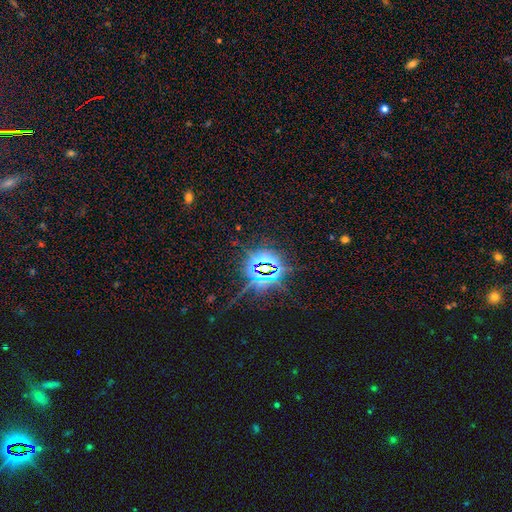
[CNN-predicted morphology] A star or artifact, not a galaxy (84%).

Vote fractions:
- Smooth or featured? star or artifact: 84% / smooth: 8% / featured or disk: 8%